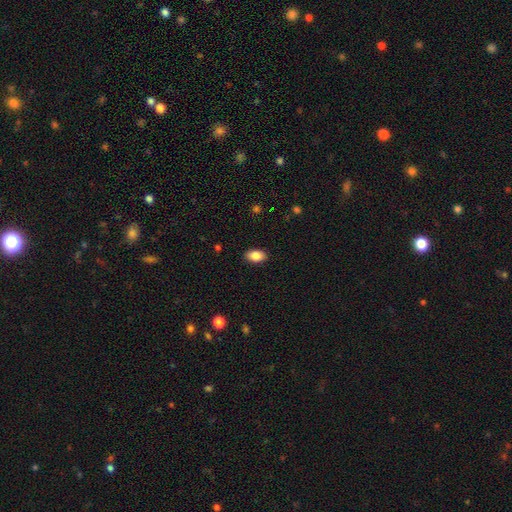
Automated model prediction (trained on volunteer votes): This is clearly a smooth galaxy (85%). How rounded: clearly in between (91%). Merging: clearly none (88%).